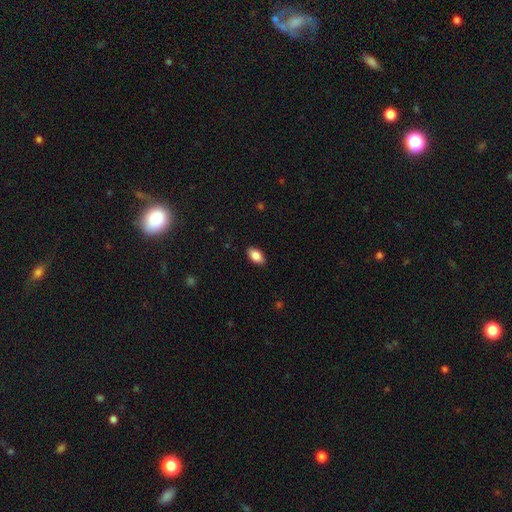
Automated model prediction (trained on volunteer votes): Overall: smooth (86%). How rounded: in between (93%). Merging: none (88%).